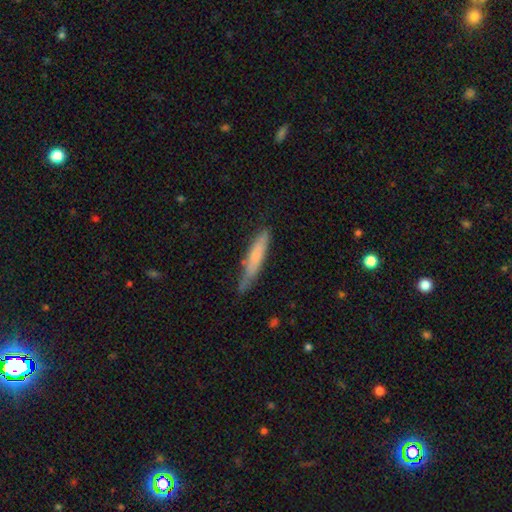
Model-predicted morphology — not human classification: type=smooth (71%); roundness=cigar-shaped (88%); merging=none (59%).